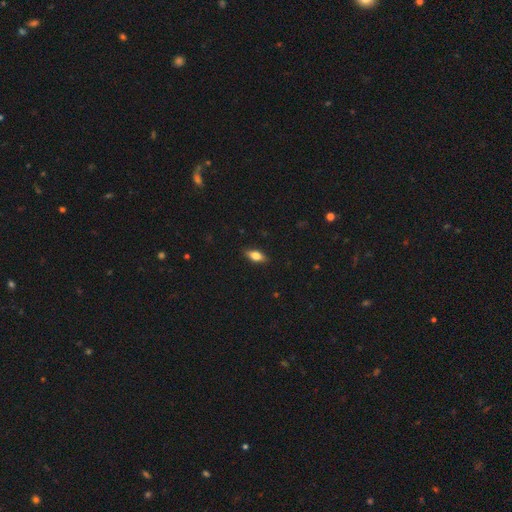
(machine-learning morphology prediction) This is likely a smooth galaxy (69%). How rounded: likely in between (80%). Merging: clearly none (88%).